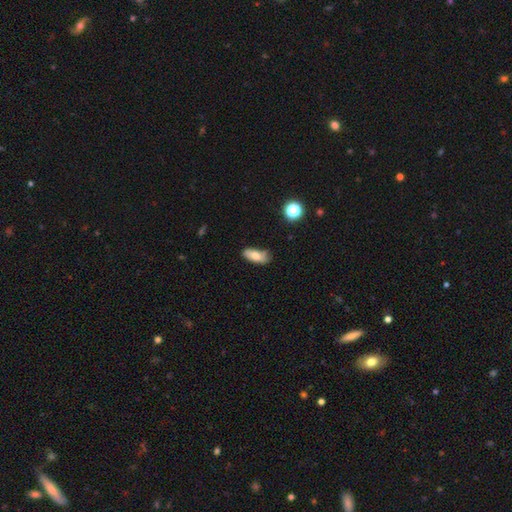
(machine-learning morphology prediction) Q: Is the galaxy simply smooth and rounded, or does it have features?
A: smooth — 74%.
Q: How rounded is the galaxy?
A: in between — 81%.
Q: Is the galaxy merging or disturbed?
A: none — 61%.